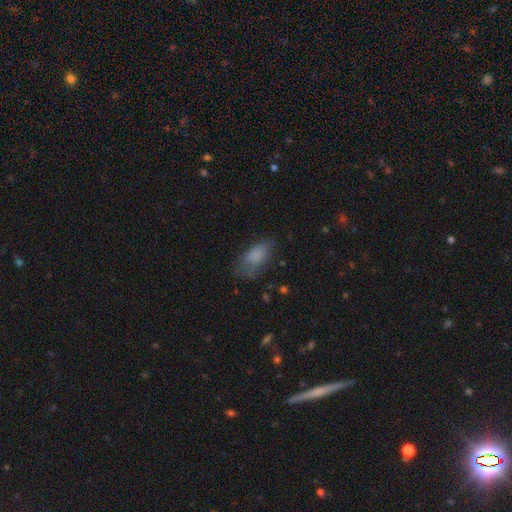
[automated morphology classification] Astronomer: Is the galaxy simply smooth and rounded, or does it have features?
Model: smooth — 77%.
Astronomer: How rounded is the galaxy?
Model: in between — 90%.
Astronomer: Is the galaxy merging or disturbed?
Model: none — 54%.